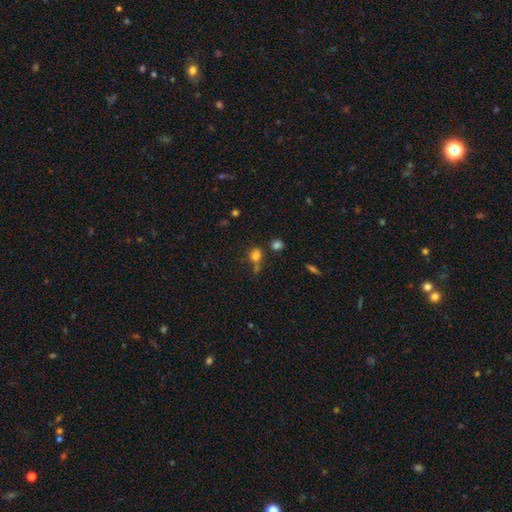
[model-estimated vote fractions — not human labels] smooth 77%, star or artifact 16%, featured or disk 8%. Down the decision tree: how rounded — round (68%); merging — none (53%).